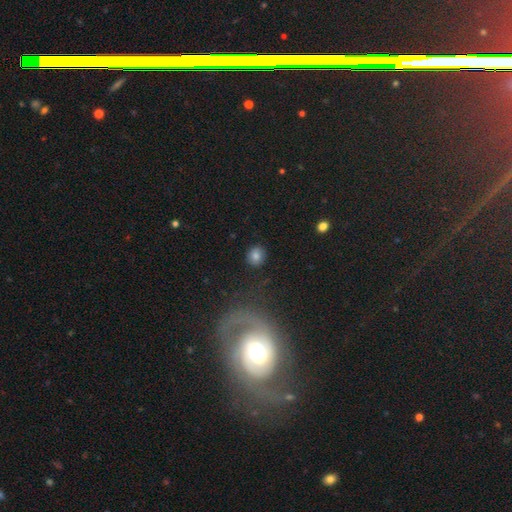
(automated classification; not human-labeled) This appears to be a smooth galaxy with no disk features (81%) that is round (75%). Merging: none (87%).